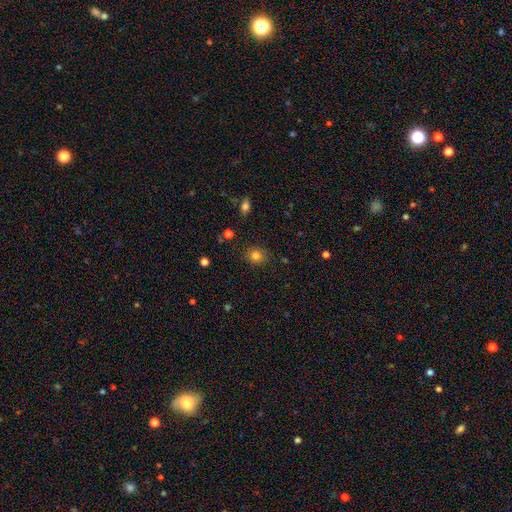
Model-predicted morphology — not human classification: type=smooth (80%); roundness=round (70%); merging=none (85%).